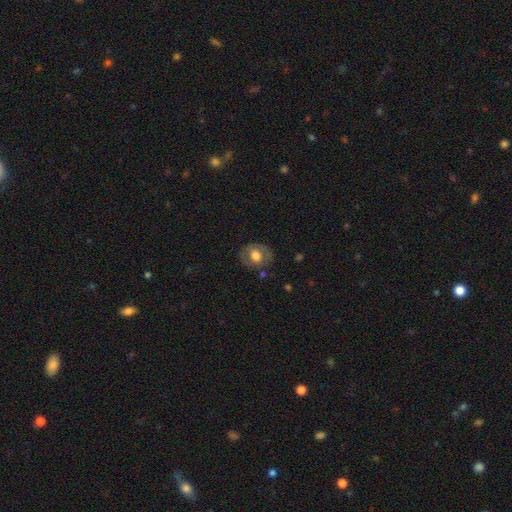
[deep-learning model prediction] This appears to be a smooth galaxy with no disk features (58%) that is round (58%). Merging: none (76%).